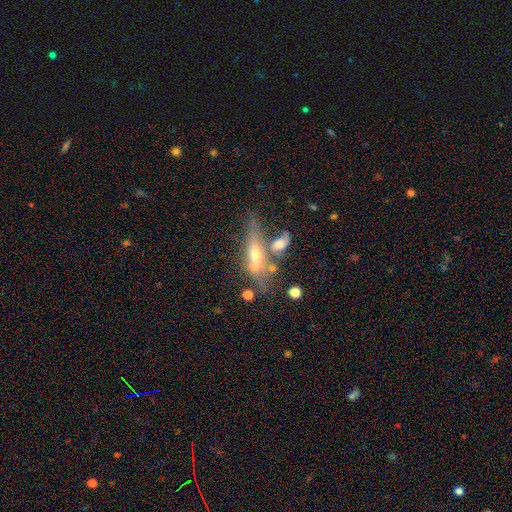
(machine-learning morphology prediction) Smooth or featured?
  - featured or disk: 62% *
  - smooth: 28%
  - star or artifact: 10%
Edge-on disk?
  - yes: 67% *
  - no: 33%
Merging?
  - none: 35% *
  - merger: 33%
  - minor disturbance: 17%
  - major disturbance: 15%